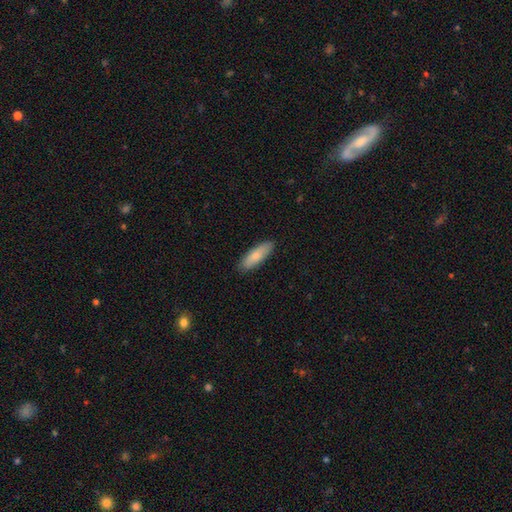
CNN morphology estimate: Smooth or featured? Predicted: smooth (p=0.80). How rounded? Predicted: in between (p=0.52). Merging? Predicted: none (p=0.88).